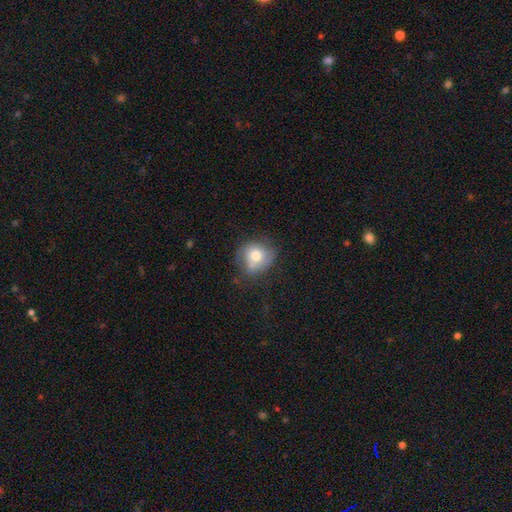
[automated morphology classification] smooth-or-featured: smooth: 64% | featured or disk: 27% | star or artifact: 9%
  how-rounded: round: 76% | in between: 23% | cigar-shaped: 1%
  merging: none: 58% | minor disturbance: 27% | major disturbance: 11% | merger: 4%